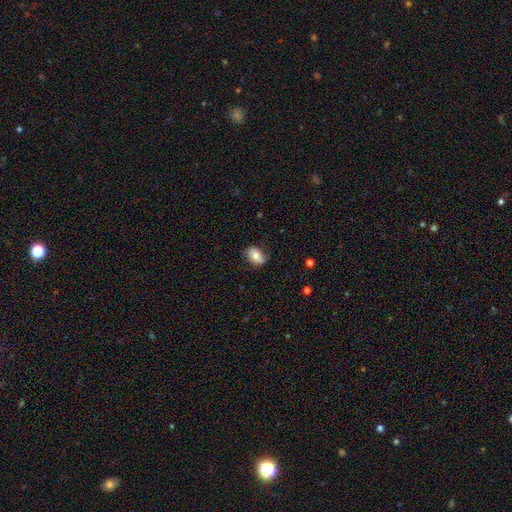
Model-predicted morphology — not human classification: Overall: smooth (67%). How rounded: in between (85%). Merging: none (74%).